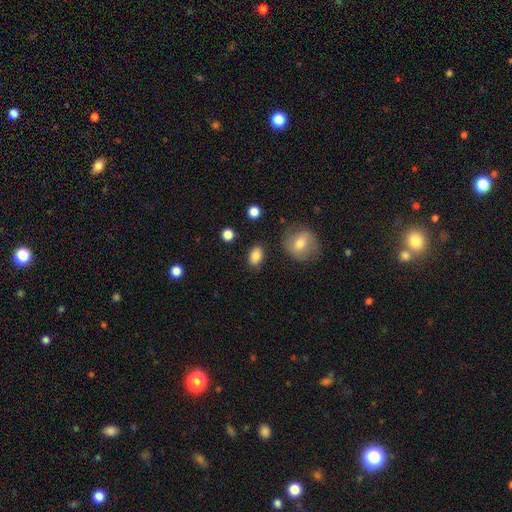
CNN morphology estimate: Q: Smooth or featured?
A: smooth (85%); runner-up: star or artifact (8%)
Q: How rounded?
A: in between (85%); runner-up: round (13%)
Q: Merging?
A: none (84%); runner-up: minor disturbance (10%)